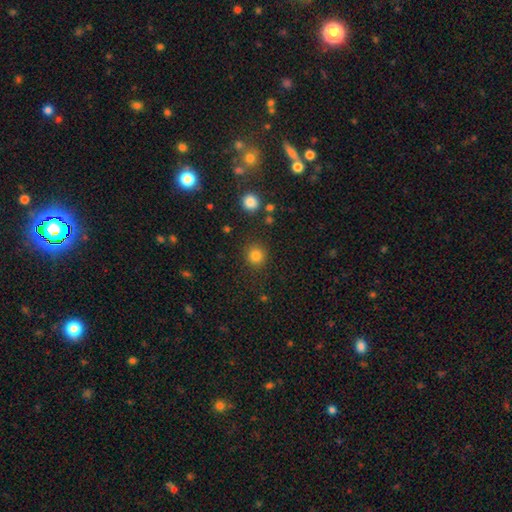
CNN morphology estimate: Smooth or featured?
  - smooth: 83% *
  - star or artifact: 12%
  - featured or disk: 4%
How rounded?
  - round: 92% *
  - in between: 7%
  - cigar-shaped: 1%
Merging?
  - none: 89% *
  - minor disturbance: 6%
  - major disturbance: 3%
  - merger: 2%